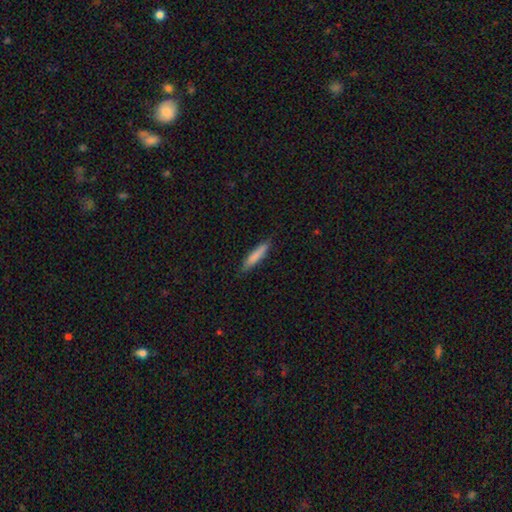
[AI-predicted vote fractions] The model was most divided on "smooth or featured": smooth: 81%, featured or disk: 13%, star or artifact: 6%. More confident: how rounded — cigar-shaped (87%); merging — none (86%).